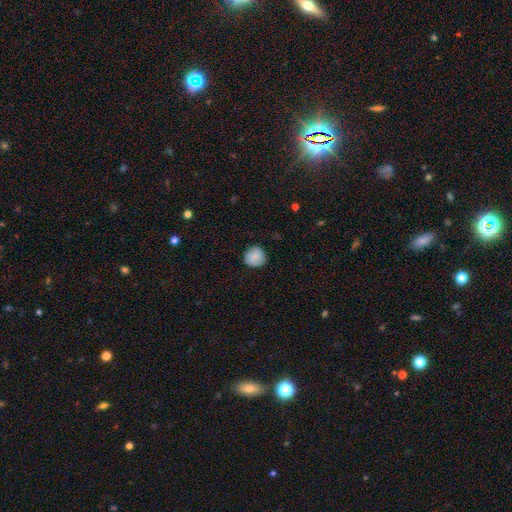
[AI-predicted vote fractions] smooth-or-featured: smooth: 81% | featured or disk: 12% | star or artifact: 7%
  how-rounded: round: 89% | in between: 10% | cigar-shaped: 1%
  merging: none: 81% | minor disturbance: 15% | major disturbance: 3% | merger: 1%